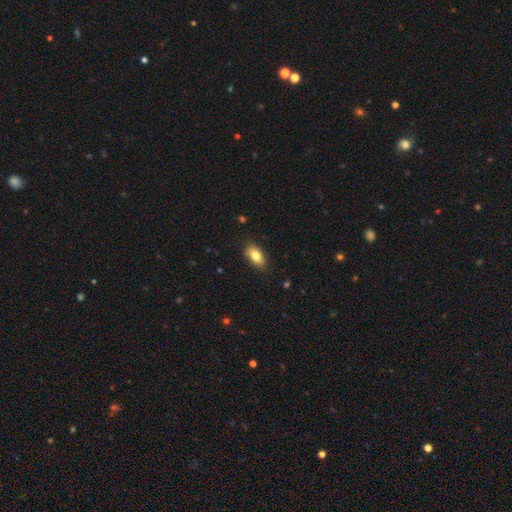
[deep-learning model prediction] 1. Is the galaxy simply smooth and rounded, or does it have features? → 81% smooth, 12% featured or disk, 7% star or artifact.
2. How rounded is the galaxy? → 90% in between, 6% round, 4% cigar-shaped.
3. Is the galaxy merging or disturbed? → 86% none, 11% minor disturbance, 2% major disturbance, 1% merger.